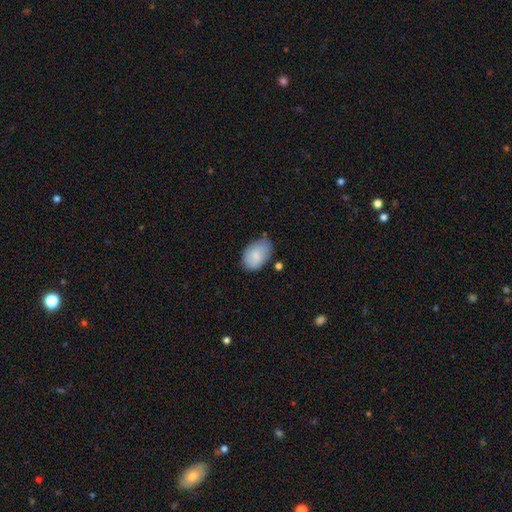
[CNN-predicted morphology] A smooth galaxy with no disk features (81%) that is in between round and cigar-shaped (88%).

Vote fractions:
- Smooth or featured? smooth: 81% / featured or disk: 12% / star or artifact: 6%
- How rounded? in between: 88% / round: 11% / cigar-shaped: 1%
- Merging? none: 67% / minor disturbance: 25% / major disturbance: 5% / merger: 4%